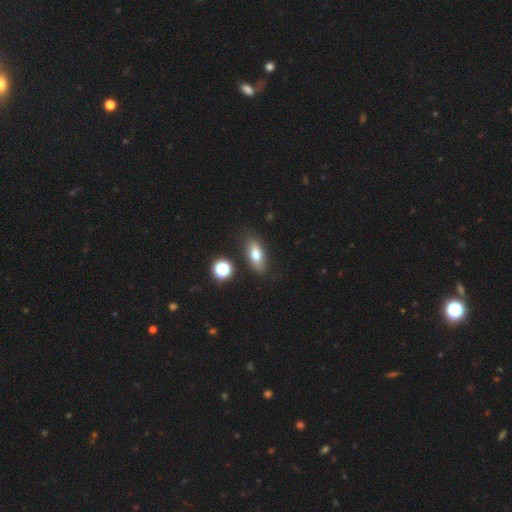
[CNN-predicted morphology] Smooth or featured? Predicted: smooth (p=0.72). How rounded? Predicted: in between (p=0.75). Merging? Predicted: none (p=0.80).